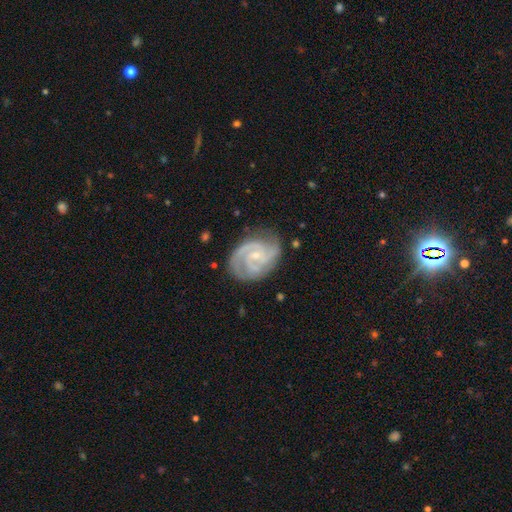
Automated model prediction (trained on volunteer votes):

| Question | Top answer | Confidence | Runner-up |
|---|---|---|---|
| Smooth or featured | featured or disk | 90% | smooth (6%) |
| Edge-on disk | no | 98% | yes (2%) |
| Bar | no | 54% | weak (38%) |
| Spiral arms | yes | 98% | no (2%) |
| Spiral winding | tight | 47% | medium (45%) |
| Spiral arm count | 2 | 44% | 3 (36%) |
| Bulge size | small | 72% | moderate (24%) |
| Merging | none | 73% | minor disturbance (19%) |